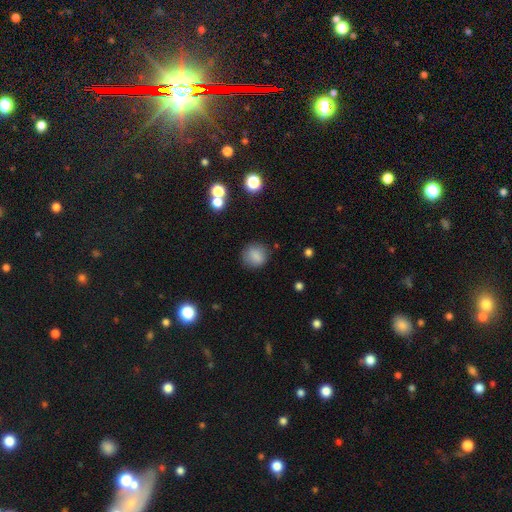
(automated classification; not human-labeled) Overall: smooth (84%). How rounded: round (83%). Merging: none (84%).